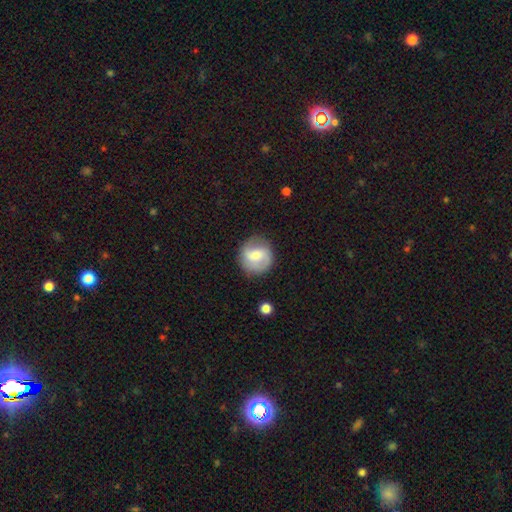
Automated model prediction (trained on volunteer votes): Smooth or featured: featured or disk — 56% (smooth — 37%)
Edge-on disk: no — 97% (yes — 3%)
Bar: weak — 49% (no — 33%)
Spiral arms: yes — 87% (no — 13%)
Bulge size: moderate — 47% (small — 42%)
Merging: none — 78% (minor disturbance — 15%)